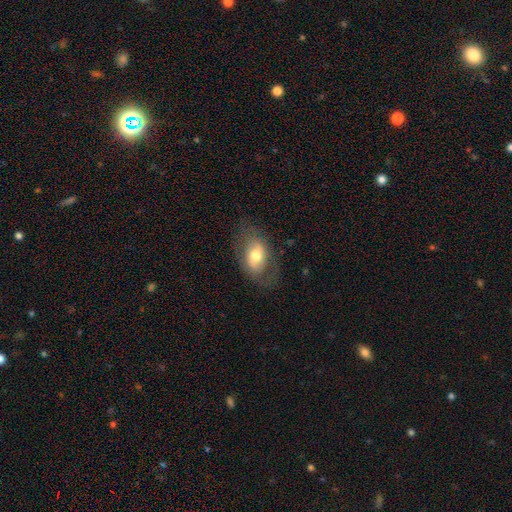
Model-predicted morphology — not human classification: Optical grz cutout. It shows a smooth galaxy with no disk features (54%) that is in between round and cigar-shaped (86%). Merging: none (69%).